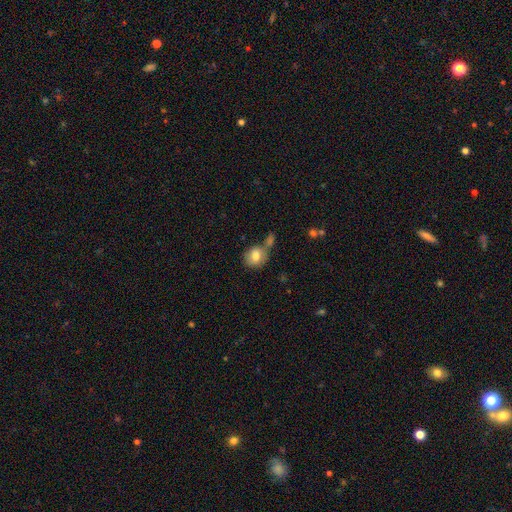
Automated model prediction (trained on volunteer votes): Smooth or featured? Predicted: smooth (p=0.80). How rounded? Predicted: round (p=0.70). Merging? Predicted: none (p=0.51).